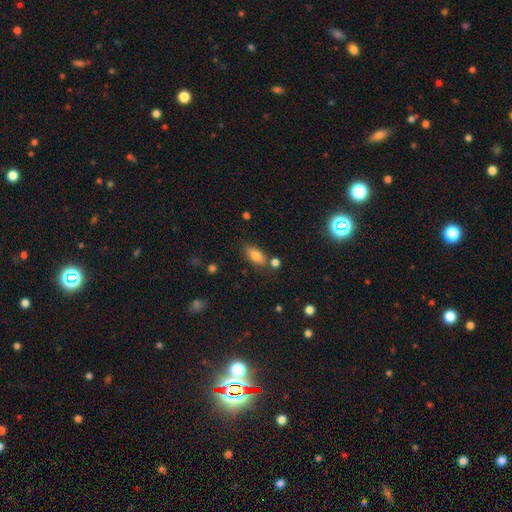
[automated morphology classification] A smooth galaxy with no disk features (80%) that is in between round and cigar-shaped (85%). Merging: none (73%).